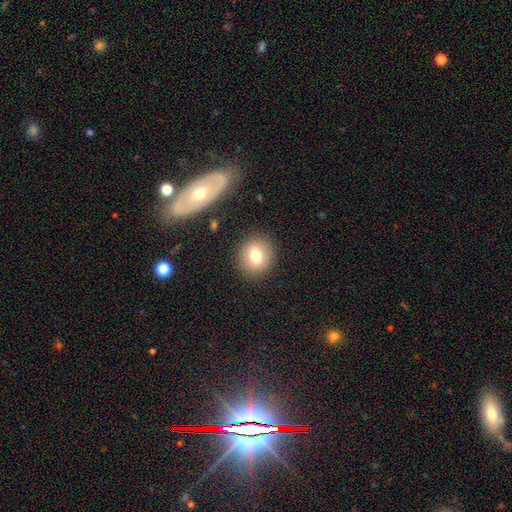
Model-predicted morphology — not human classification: Overall: smooth (72%). How rounded: round (85%). Merging: none (88%).